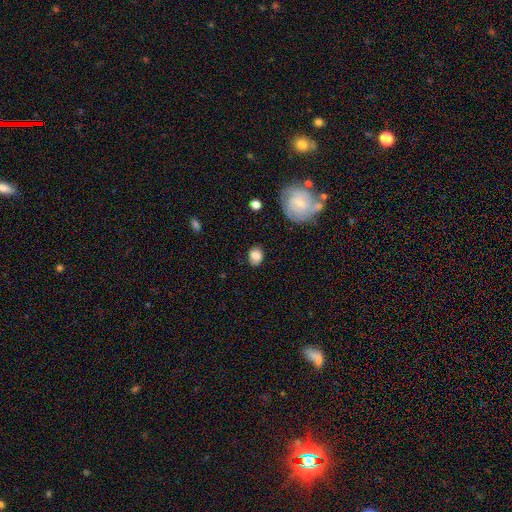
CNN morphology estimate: smooth 81%, featured or disk 11%, star or artifact 8%. Down the decision tree: how rounded — round (50%); merging — none (79%).